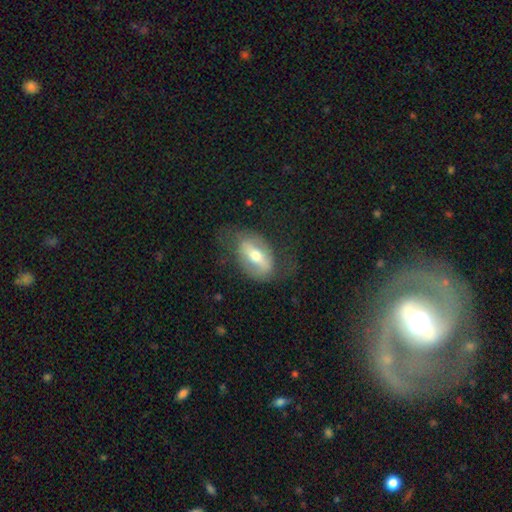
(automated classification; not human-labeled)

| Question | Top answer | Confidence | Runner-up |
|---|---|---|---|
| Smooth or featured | featured or disk | 60% | smooth (34%) |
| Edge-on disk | no | 84% | yes (16%) |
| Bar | strong | 55% | weak (27%) |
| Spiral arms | no | 53% | yes (47%) |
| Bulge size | moderate | 69% | small (19%) |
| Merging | none | 63% | minor disturbance (20%) |